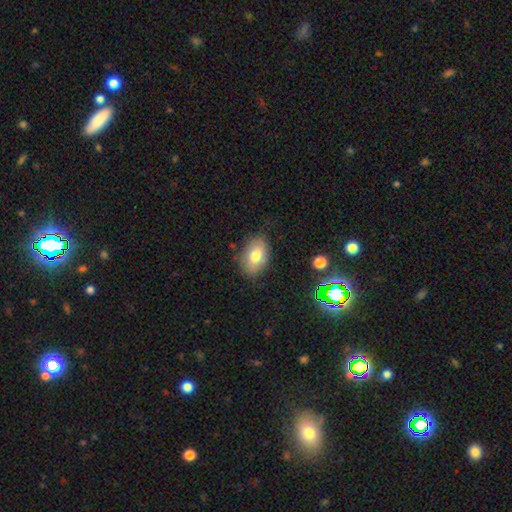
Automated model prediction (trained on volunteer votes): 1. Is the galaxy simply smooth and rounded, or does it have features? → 75% smooth, 17% featured or disk, 9% star or artifact.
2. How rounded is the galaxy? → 86% in between, 13% round, 1% cigar-shaped.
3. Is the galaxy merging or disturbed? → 79% none, 16% minor disturbance, 4% major disturbance, 1% merger.